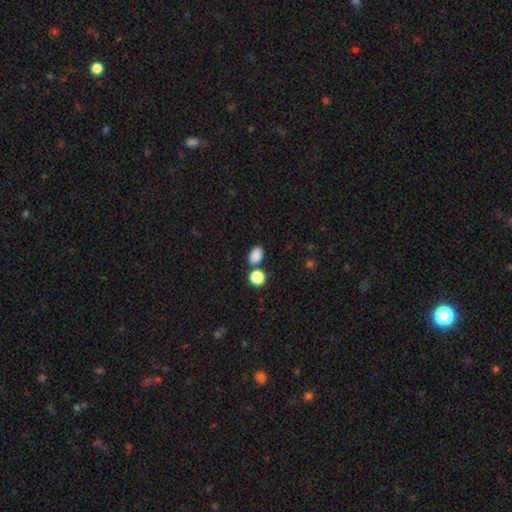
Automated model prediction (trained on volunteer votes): The model was most divided on "merging": none: 73%, merger: 13%, minor disturbance: 11%, major disturbance: 3%. More confident: smooth or featured — smooth (84%); how rounded — in between (82%).